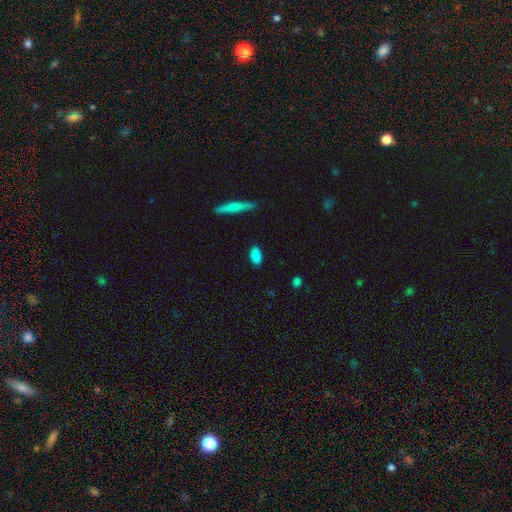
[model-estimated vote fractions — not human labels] smooth-or-featured: smooth: 87% | star or artifact: 7% | featured or disk: 7%
  how-rounded: in between: 89% | cigar-shaped: 7% | round: 4%
  merging: none: 87% | minor disturbance: 10% | major disturbance: 2% | merger: 1%